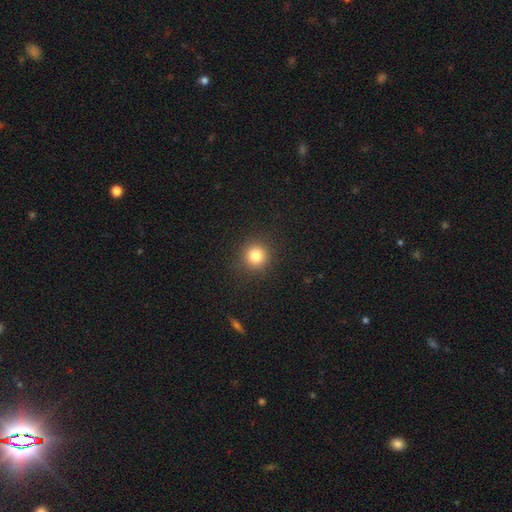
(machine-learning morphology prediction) smooth_or_featured: smooth (p=0.82) [alt: star or artifact p=0.12]
how_rounded: round (p=0.94) [alt: in between p=0.05]
merging: none (p=0.90) [alt: minor disturbance p=0.06]